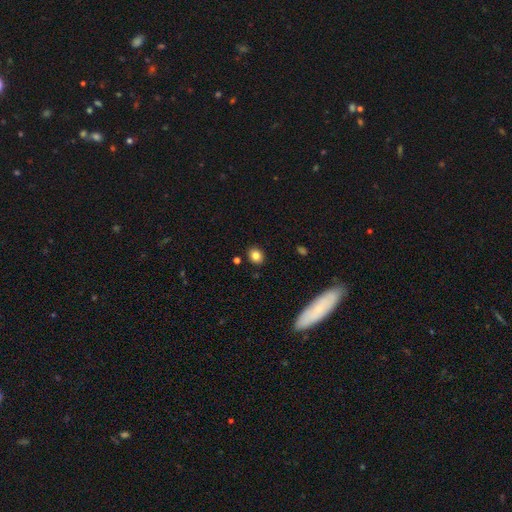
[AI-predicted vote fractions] The model was most divided on "how rounded": round: 60%, in between: 39%, cigar-shaped: 1%. More confident: merging — none (88%); smooth or featured — smooth (82%).